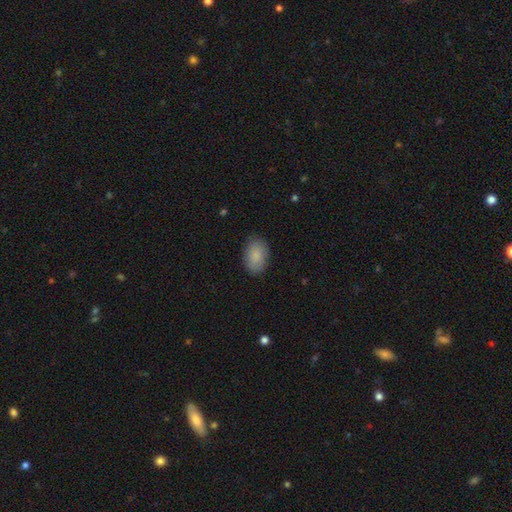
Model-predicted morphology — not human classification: A smooth galaxy with no disk features (88%) that is in between round and cigar-shaped (90%). Merging: none (86%).